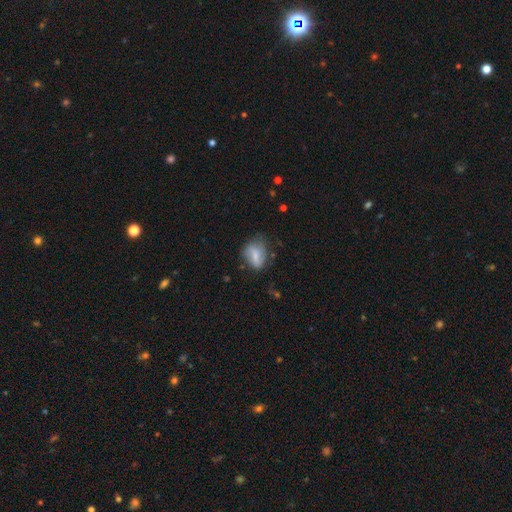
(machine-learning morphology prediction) smooth_or_featured: smooth (p=0.60) [alt: featured or disk p=0.31]
how_rounded: in between (p=0.63) [alt: round p=0.35]
merging: none (p=0.55) [alt: minor disturbance p=0.30]